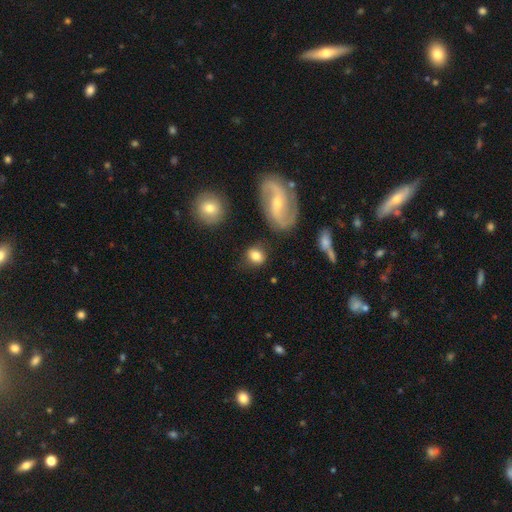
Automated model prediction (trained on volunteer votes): smooth-or-featured: smooth: 73% | featured or disk: 19% | star or artifact: 8%
  how-rounded: round: 60% | in between: 38% | cigar-shaped: 2%
  merging: none: 77% | minor disturbance: 13% | major disturbance: 5% | merger: 5%